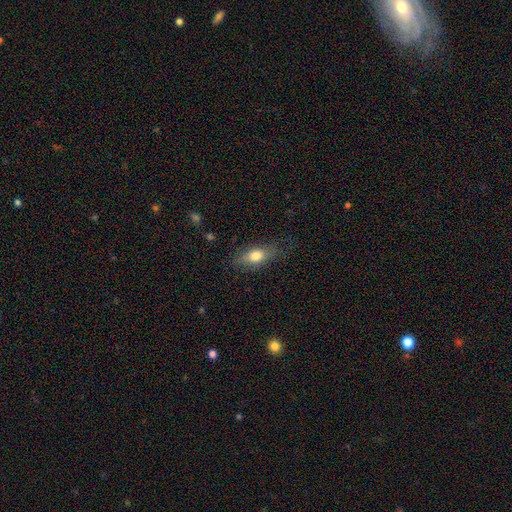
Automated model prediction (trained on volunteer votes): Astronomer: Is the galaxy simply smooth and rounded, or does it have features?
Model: smooth — 73%.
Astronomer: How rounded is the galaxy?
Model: in between — 74%.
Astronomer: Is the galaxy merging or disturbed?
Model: none — 73%.